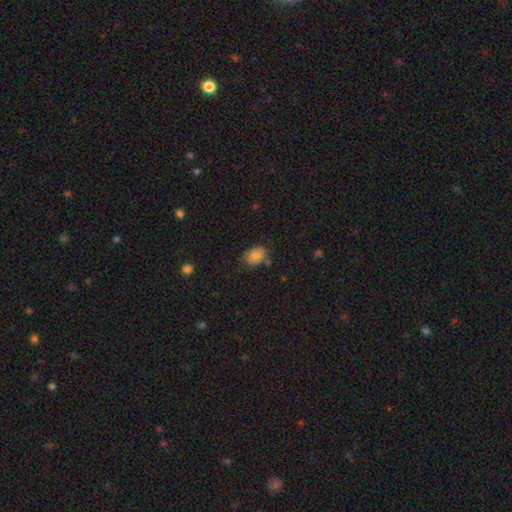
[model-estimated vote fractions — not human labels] Smooth or featured? Predicted: smooth (p=0.72). How rounded? Predicted: in between (p=0.74). Merging? Predicted: none (p=0.62).